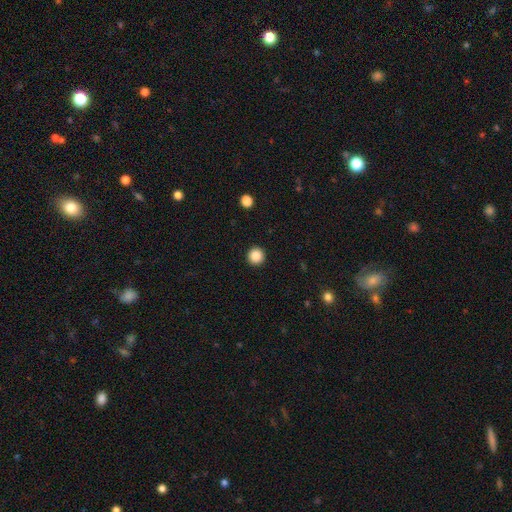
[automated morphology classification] This appears to be a smooth galaxy with no disk features (87%) that is round (96%). Merging: none (94%).